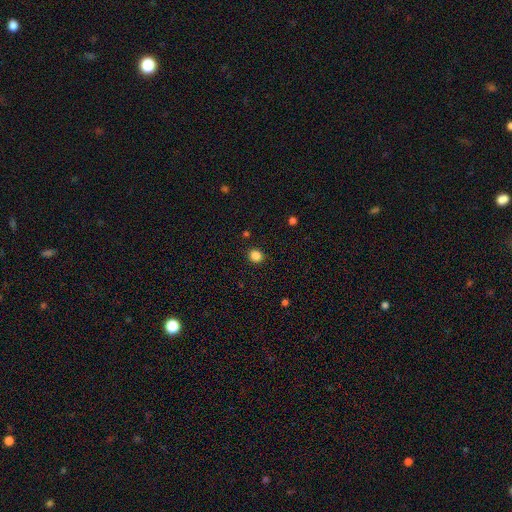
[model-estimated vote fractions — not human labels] Smooth or featured?
  - smooth: 85% *
  - star or artifact: 12%
  - featured or disk: 3%
How rounded?
  - round: 84% *
  - in between: 15%
  - cigar-shaped: 1%
Merging?
  - none: 91% *
  - minor disturbance: 6%
  - major disturbance: 2%
  - merger: 1%